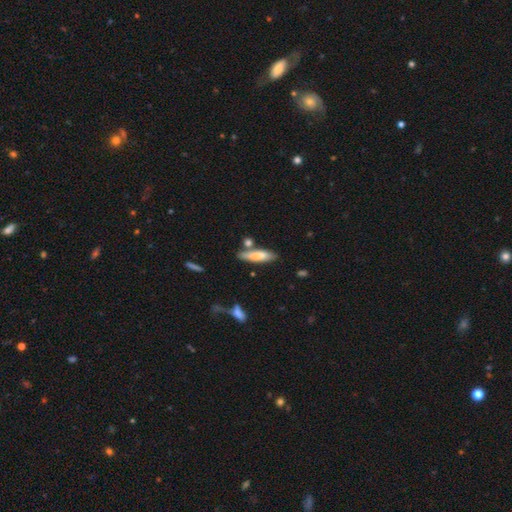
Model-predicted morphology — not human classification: type=smooth (75%); roundness=cigar-shaped (70%); merging=none (70%).